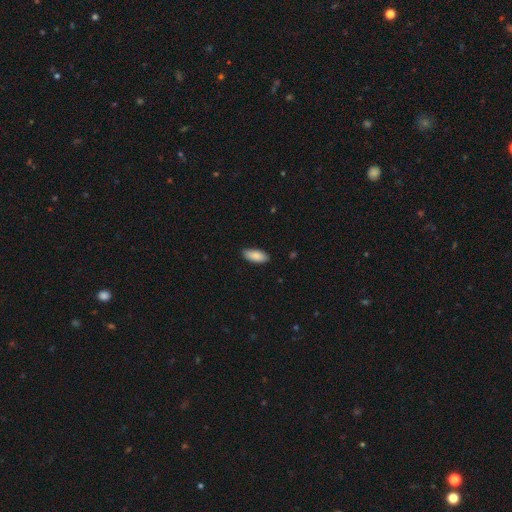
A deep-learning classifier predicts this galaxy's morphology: The model was most divided on "how rounded": in between: 84%, cigar-shaped: 14%, round: 2%. More confident: smooth or featured — smooth (88%); merging — none (86%).